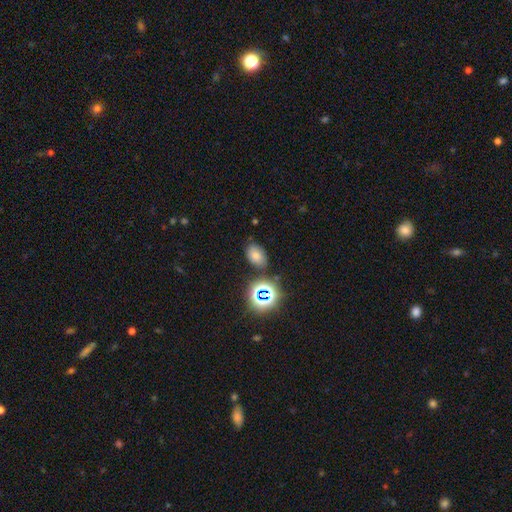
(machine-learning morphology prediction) type=smooth (68%); roundness=in between (81%); merging=none (78%).